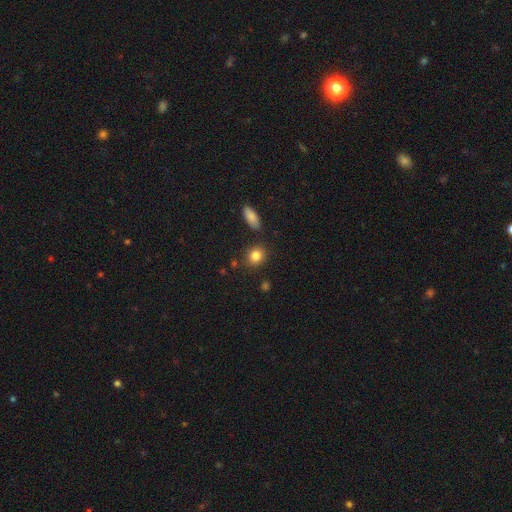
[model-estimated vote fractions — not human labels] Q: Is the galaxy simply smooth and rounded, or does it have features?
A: smooth — 84%.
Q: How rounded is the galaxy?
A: round — 69%.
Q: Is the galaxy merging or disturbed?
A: none — 84%.